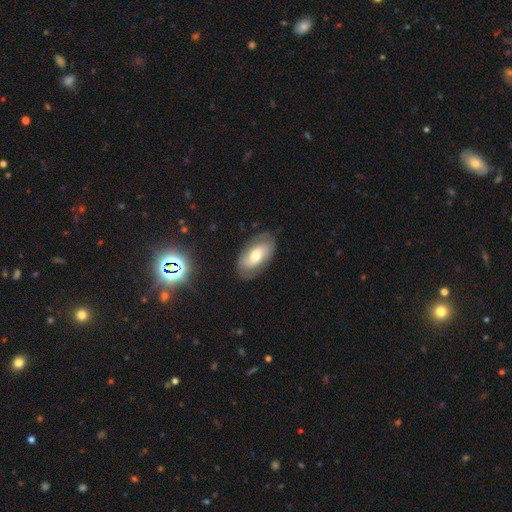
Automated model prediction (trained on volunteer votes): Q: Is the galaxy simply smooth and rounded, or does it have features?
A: smooth — 48%.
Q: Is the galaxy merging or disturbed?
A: none — 77%.